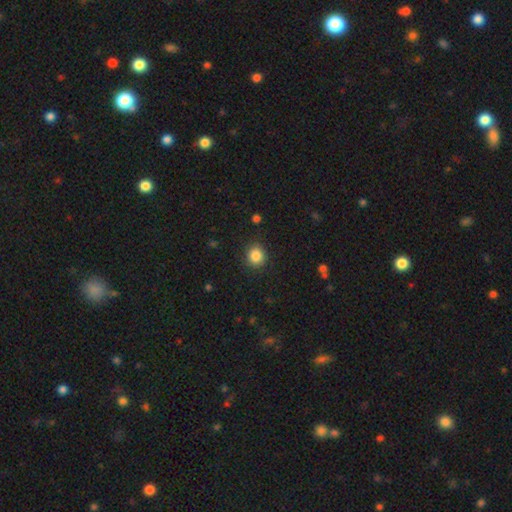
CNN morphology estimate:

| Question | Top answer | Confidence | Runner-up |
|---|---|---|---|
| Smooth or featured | smooth | 85% | star or artifact (11%) |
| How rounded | round | 88% | in between (11%) |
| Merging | none | 89% | minor disturbance (8%) |